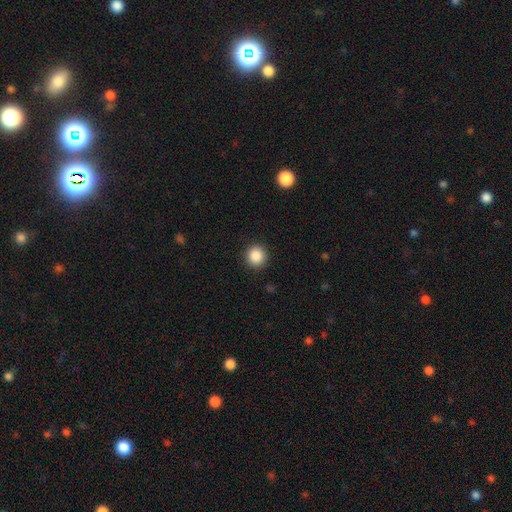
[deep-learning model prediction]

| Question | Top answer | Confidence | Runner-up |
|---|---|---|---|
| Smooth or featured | smooth | 87% | star or artifact (9%) |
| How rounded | round | 93% | in between (7%) |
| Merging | none | 91% | minor disturbance (6%) |